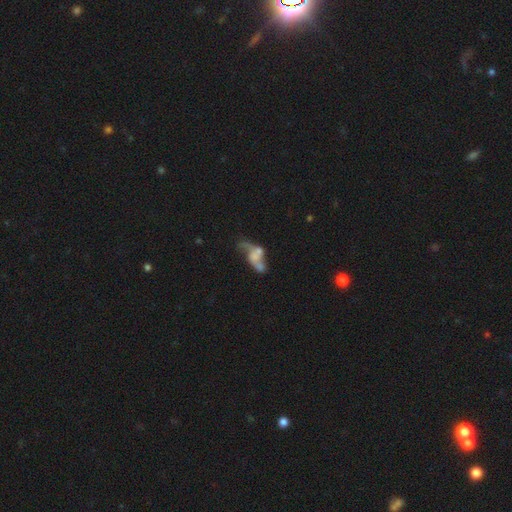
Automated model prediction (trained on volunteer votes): Q: Smooth or featured?
A: featured or disk (54%); runner-up: smooth (34%)
Q: Edge-on disk?
A: no (95%); runner-up: yes (5%)
Q: Bar?
A: no (82%); runner-up: weak (14%)
Q: Spiral arms?
A: no (66%); runner-up: yes (34%)
Q: Bulge size?
A: none (57%); runner-up: small (20%)
Q: Merging?
A: merger (44%); runner-up: major disturbance (25%)